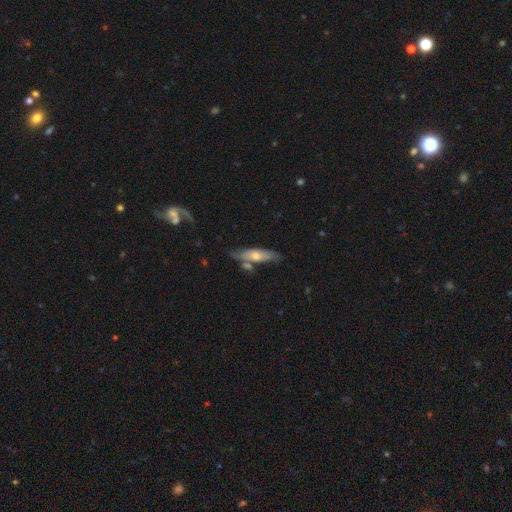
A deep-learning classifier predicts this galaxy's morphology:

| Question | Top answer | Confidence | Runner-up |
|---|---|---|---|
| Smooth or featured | featured or disk | 47% | smooth (46%) |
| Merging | none | 67% | minor disturbance (18%) |